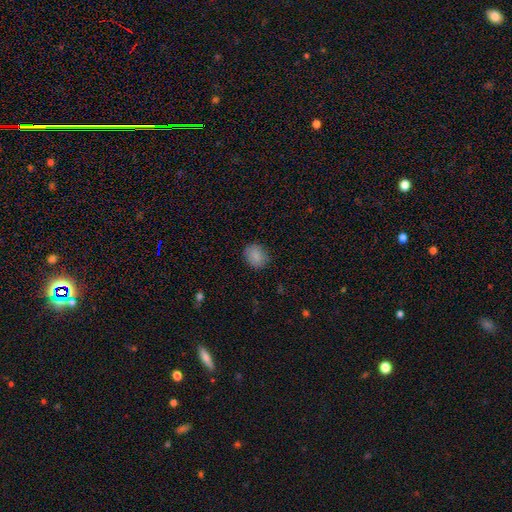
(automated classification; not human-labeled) Smooth or featured? Predicted: smooth (p=0.86). How rounded? Predicted: round (p=0.53). Merging? Predicted: none (p=0.85).